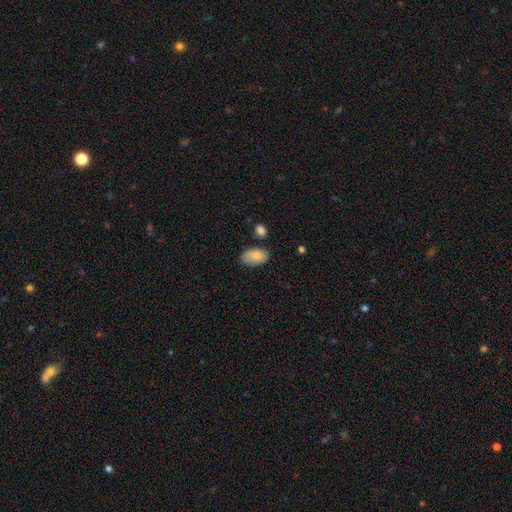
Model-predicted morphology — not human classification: smooth-or-featured: smooth: 84% | featured or disk: 9% | star or artifact: 7%
  how-rounded: in between: 93% | round: 5% | cigar-shaped: 1%
  merging: none: 70% | minor disturbance: 21% | merger: 5% | major disturbance: 4%